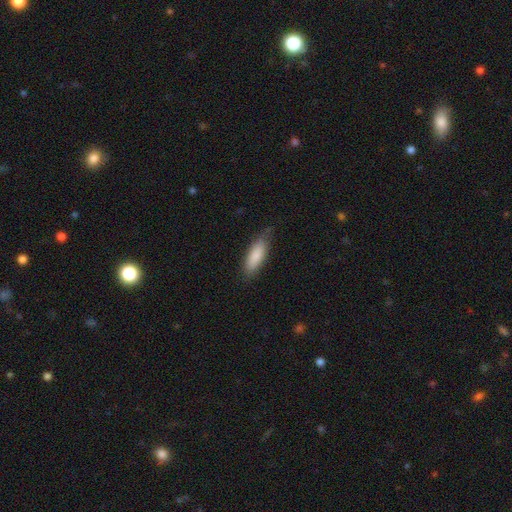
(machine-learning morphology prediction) type=smooth (85%); roundness=in between (62%); merging=none (74%).